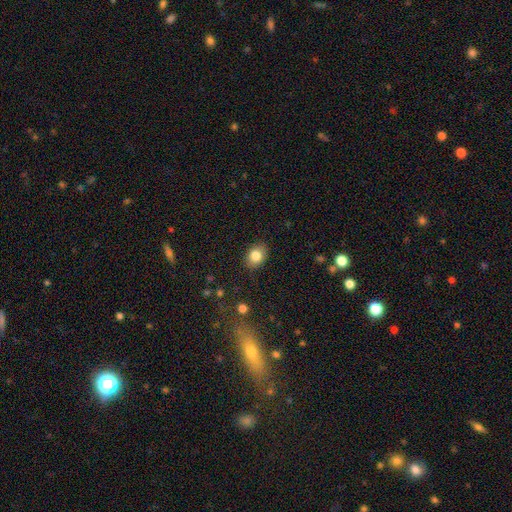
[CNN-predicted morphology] This appears to be a smooth galaxy with no disk features (83%) that is in between round and cigar-shaped (57%). Merging: none (87%).